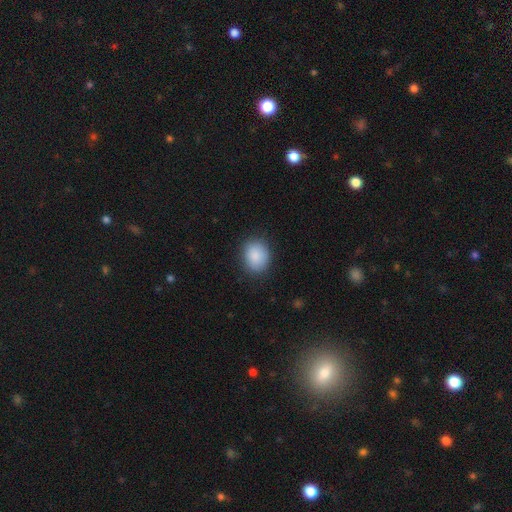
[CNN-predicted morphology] Smooth or featured? Predicted: smooth (p=0.88). How rounded? Predicted: round (p=0.57). Merging? Predicted: none (p=0.85).